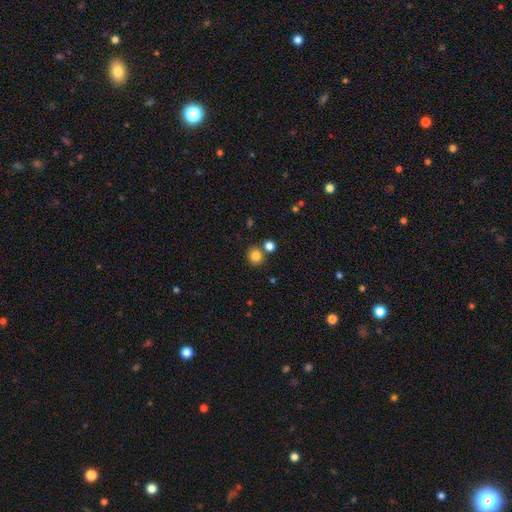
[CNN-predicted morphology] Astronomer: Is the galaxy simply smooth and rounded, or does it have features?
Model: smooth — 83%.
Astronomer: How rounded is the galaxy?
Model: round — 88%.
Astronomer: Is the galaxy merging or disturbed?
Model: none — 74%.